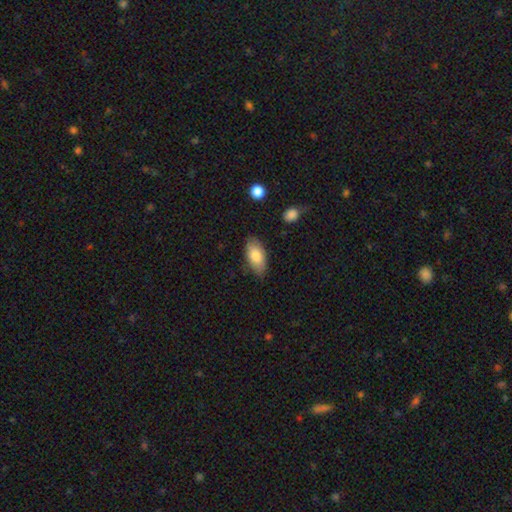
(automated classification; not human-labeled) Overall: smooth (81%). How rounded: in between (92%). Merging: none (80%).